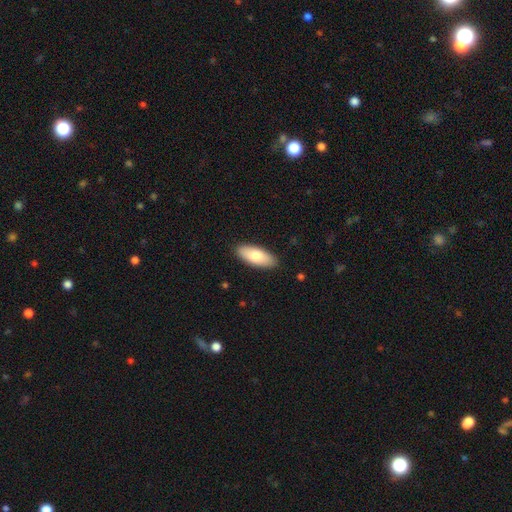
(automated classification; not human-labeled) Smooth or featured: smooth — 79% (featured or disk — 16%)
How rounded: in between — 82% (cigar-shaped — 16%)
Merging: none — 89% (minor disturbance — 8%)